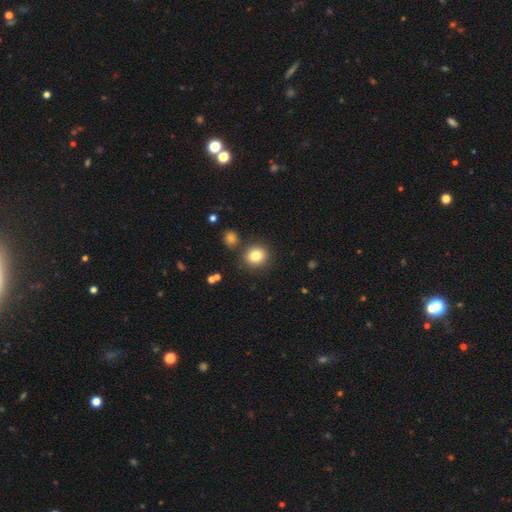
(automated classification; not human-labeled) Morphology: type=smooth (82%); roundness=round (81%); merging=none (83%).